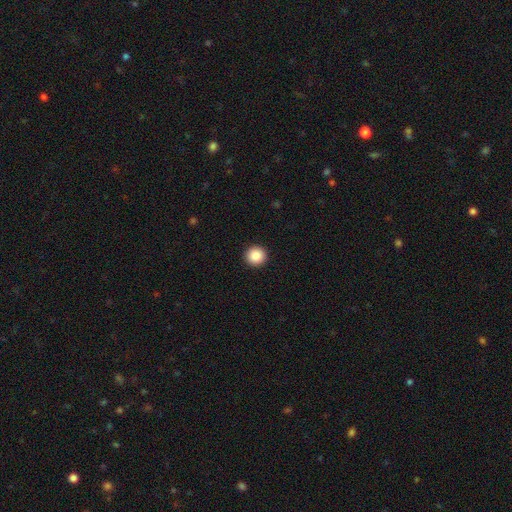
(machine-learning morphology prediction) Q: Smooth or featured?
A: smooth (87%); runner-up: star or artifact (9%)
Q: How rounded?
A: round (95%); runner-up: in between (4%)
Q: Merging?
A: none (94%); runner-up: minor disturbance (4%)